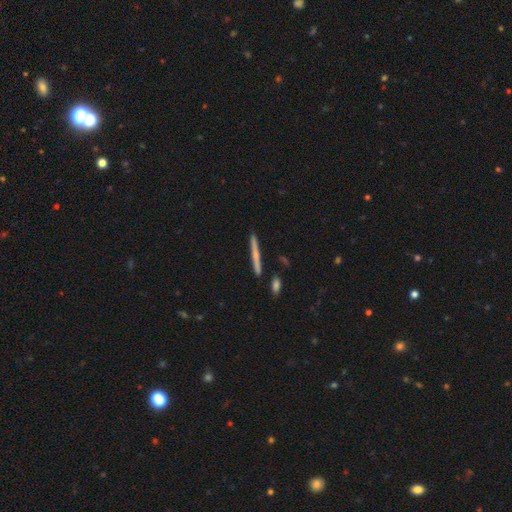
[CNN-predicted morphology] Smooth or featured: smooth — 47% (tied with featured or disk — 47%)
Merging: none — 89% (minor disturbance — 7%)